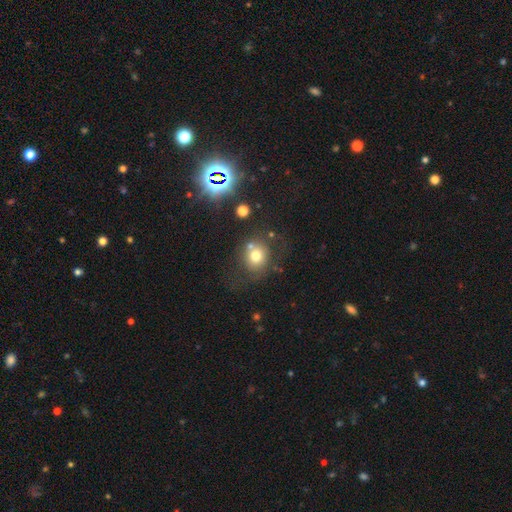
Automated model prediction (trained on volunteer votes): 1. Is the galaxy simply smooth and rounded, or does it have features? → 71% smooth, 15% featured or disk, 14% star or artifact.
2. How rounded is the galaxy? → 75% round, 24% in between, 1% cigar-shaped.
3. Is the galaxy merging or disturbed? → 61% none, 15% minor disturbance, 15% merger, 9% major disturbance.